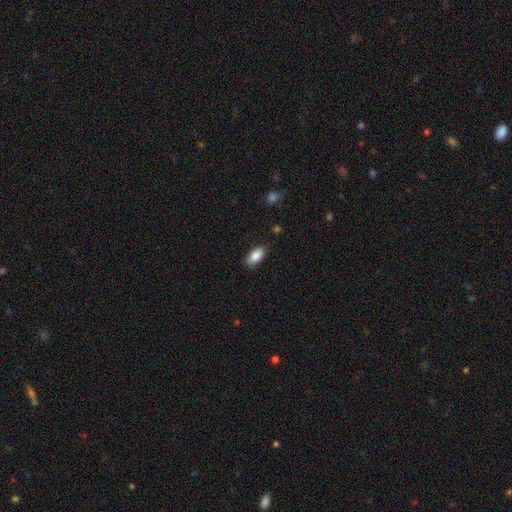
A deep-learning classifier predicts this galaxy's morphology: Overall: smooth (88%). How rounded: in between (92%). Merging: none (83%).